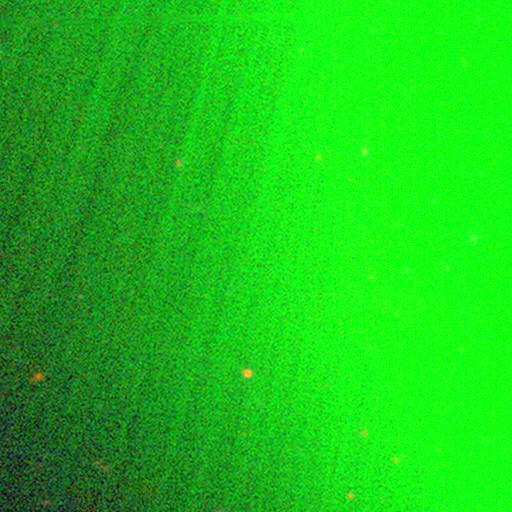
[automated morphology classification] Smooth or featured: star or artifact — 81% (smooth — 11%)